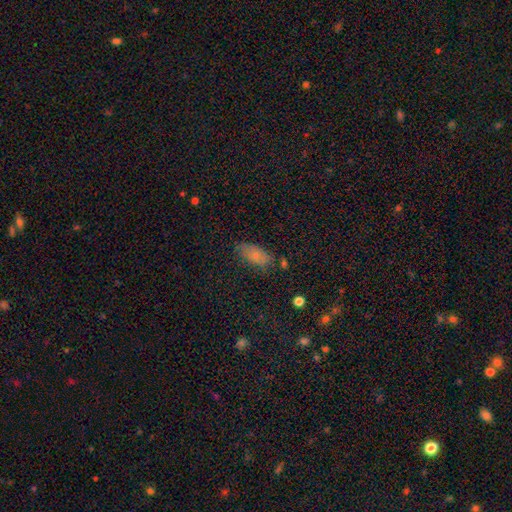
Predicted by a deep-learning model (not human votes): smooth 73%, featured or disk 17%, star or artifact 10%. Down the decision tree: how rounded — in between (88%); merging — none (71%).